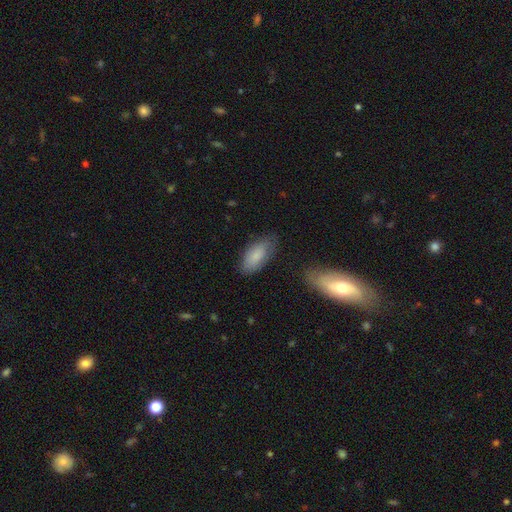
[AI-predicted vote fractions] Smooth or featured? Predicted: smooth (p=0.80). How rounded? Predicted: in between (p=0.89). Merging? Predicted: none (p=0.73).